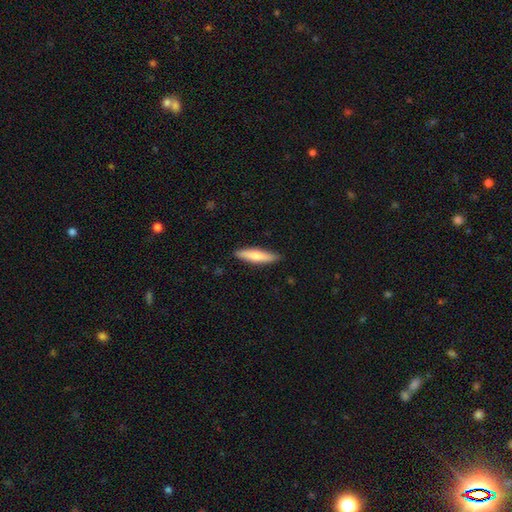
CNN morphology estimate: Smooth or featured? Predicted: smooth (p=0.74). How rounded? Predicted: cigar-shaped (p=0.80). Merging? Predicted: none (p=0.87).